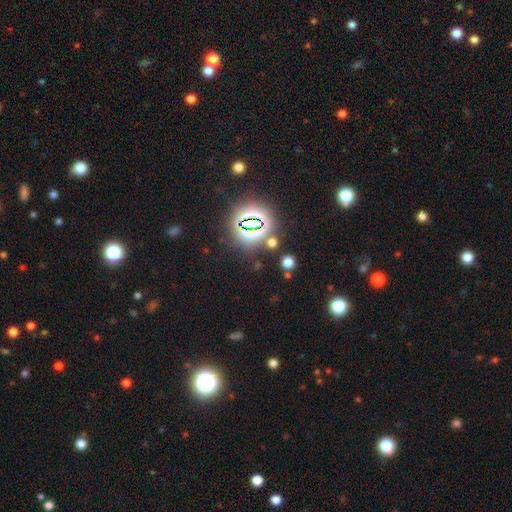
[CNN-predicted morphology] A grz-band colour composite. It shows a star or artifact, not a galaxy (79%).